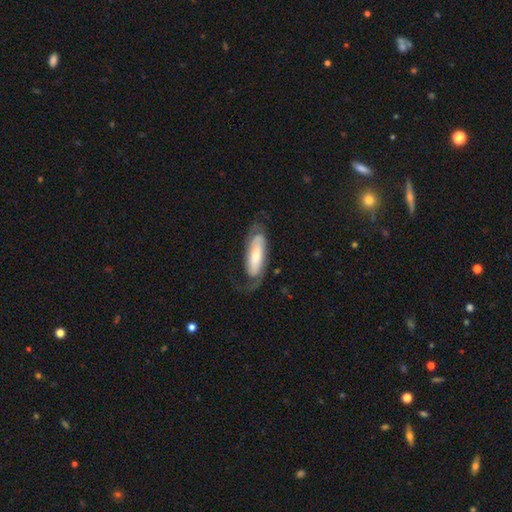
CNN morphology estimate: Smooth or featured? featured or disk (67%)
Edge-on disk? no (87%)
Bar? no (51%)
Spiral arms? yes (89%)
Spiral winding? medium (38%)
Spiral arm count? 2 (71%)
Bulge size? small (49%)
Merging? none (60%)